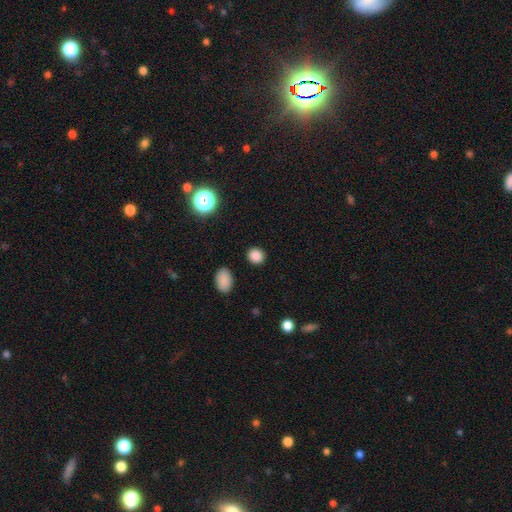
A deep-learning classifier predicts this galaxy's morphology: The model was most divided on "how rounded": round: 77%, in between: 22%, cigar-shaped: 1%. More confident: merging — none (89%); smooth or featured — smooth (85%).